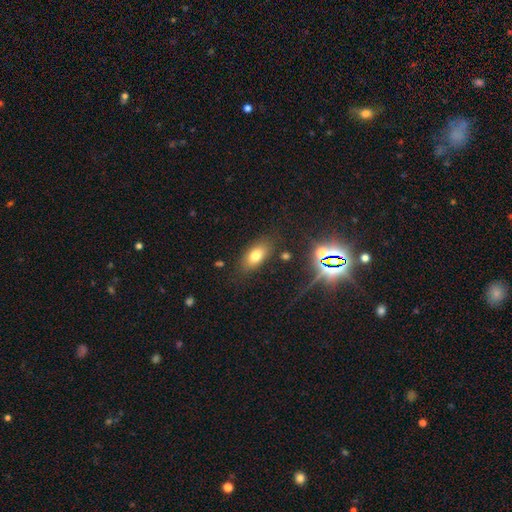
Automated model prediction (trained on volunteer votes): Smooth or featured? smooth (75%)
How rounded? in between (87%)
Merging? none (80%)